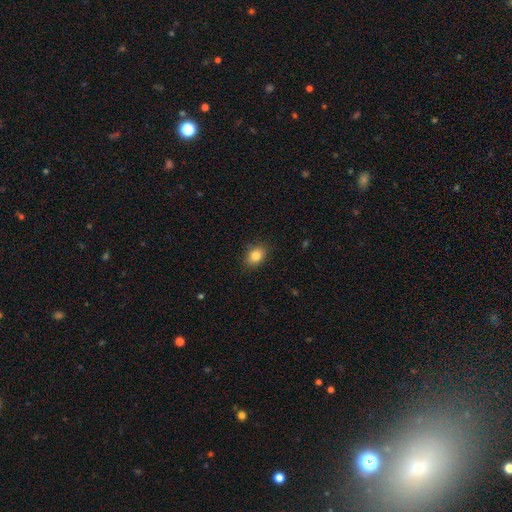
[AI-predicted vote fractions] This appears to be a smooth galaxy with no disk features (85%) that is in between round and cigar-shaped (72%). Merging: none (85%).